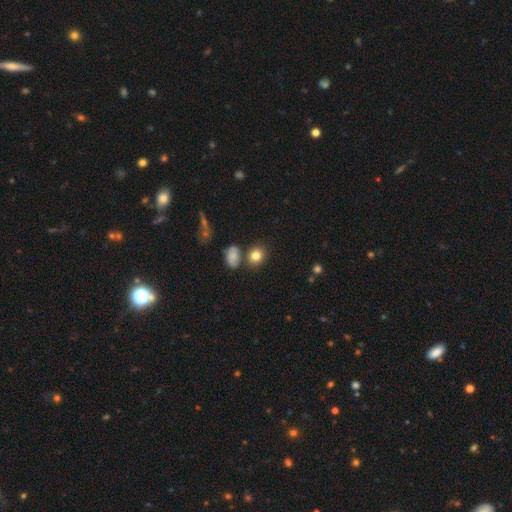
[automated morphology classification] type=smooth (82%); roundness=round (64%); merging=none (72%).